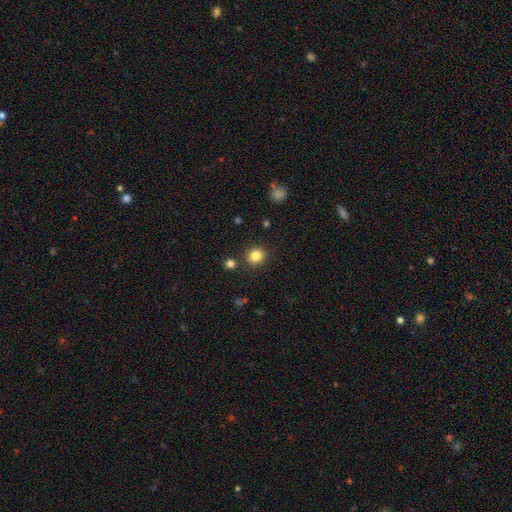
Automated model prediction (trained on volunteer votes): The model was most divided on "smooth or featured": smooth: 83%, star or artifact: 11%, featured or disk: 5%. More confident: how rounded — round (88%); merging — none (88%).